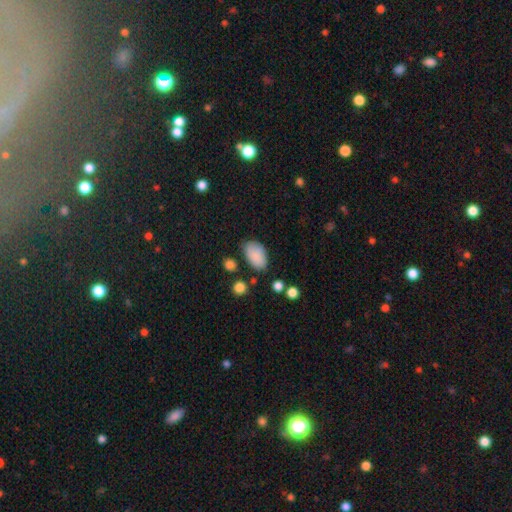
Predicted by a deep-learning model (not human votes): This appears to be a smooth galaxy with no disk features (87%) that is in between round and cigar-shaped (93%). Merging: none (73%).